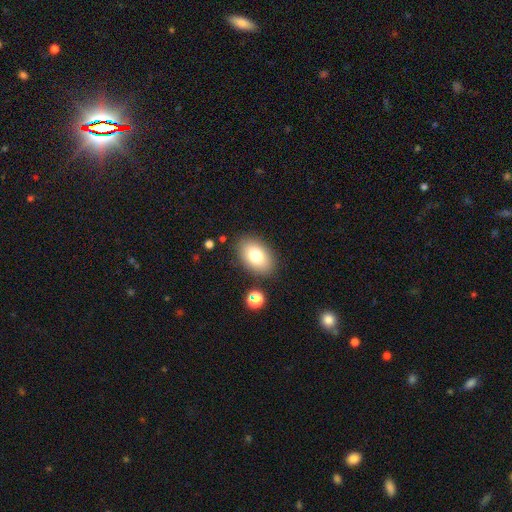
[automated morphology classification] Smooth or featured: smooth — 78% (featured or disk — 13%)
How rounded: in between — 86% (round — 12%)
Merging: none — 85% (minor disturbance — 10%)